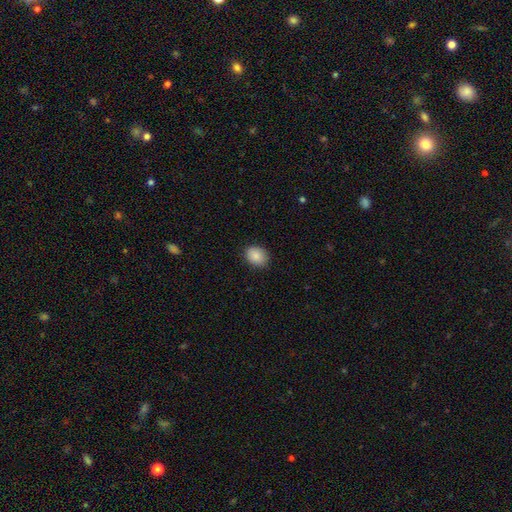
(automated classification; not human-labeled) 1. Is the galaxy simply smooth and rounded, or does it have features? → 87% smooth, 8% star or artifact, 5% featured or disk.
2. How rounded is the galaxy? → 55% in between, 45% round, 1% cigar-shaped.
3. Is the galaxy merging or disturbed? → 86% none, 11% minor disturbance, 2% major disturbance, 1% merger.